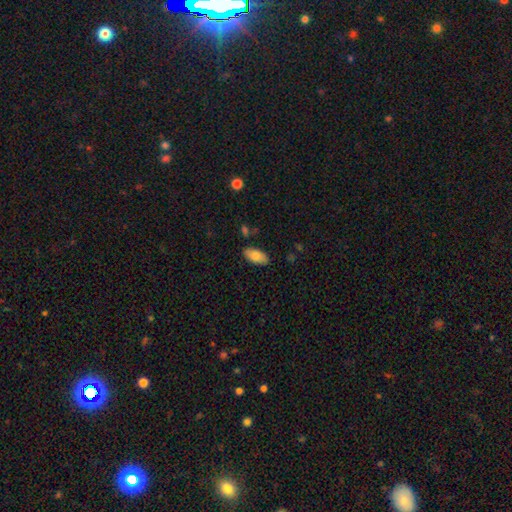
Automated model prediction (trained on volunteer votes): Morphology: type=smooth (78%); roundness=in between (93%); merging=none (85%).